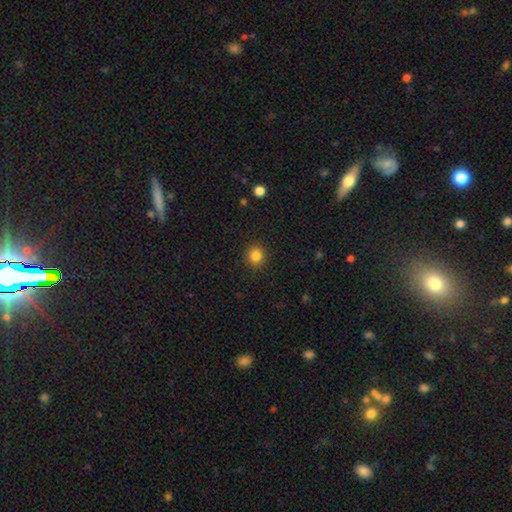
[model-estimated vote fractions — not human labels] Smooth or featured: smooth — 84% (star or artifact — 11%)
How rounded: round — 92% (in between — 7%)
Merging: none — 91% (minor disturbance — 6%)